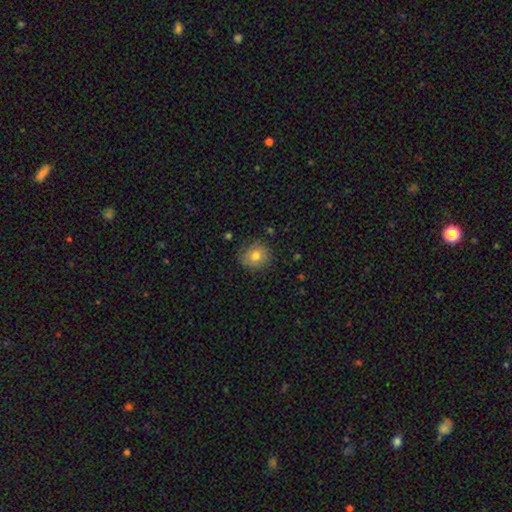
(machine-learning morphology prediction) Smooth or featured? smooth (74%)
How rounded? round (82%)
Merging? none (78%)